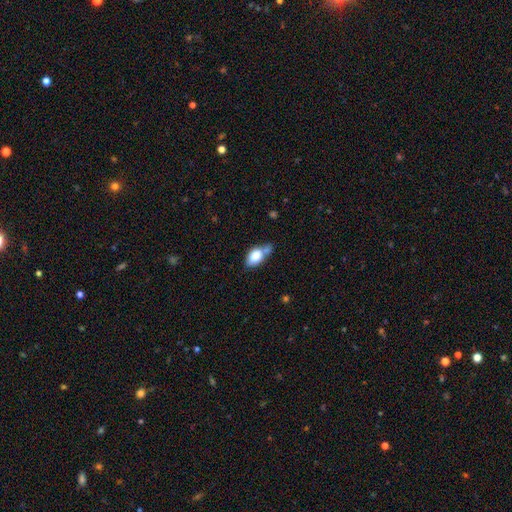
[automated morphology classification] Overall: smooth (79%). How rounded: in between (88%). Merging: none (44%; merger 28%).